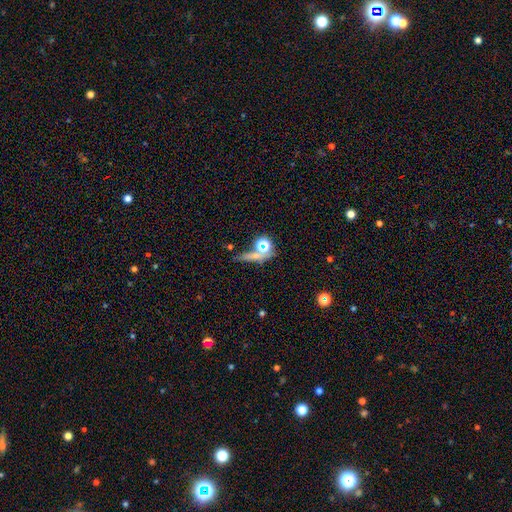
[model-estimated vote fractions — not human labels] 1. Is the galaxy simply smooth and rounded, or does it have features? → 44% smooth, 39% star or artifact, 18% featured or disk.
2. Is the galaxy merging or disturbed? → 60% none, 18% merger, 13% minor disturbance, 9% major disturbance.